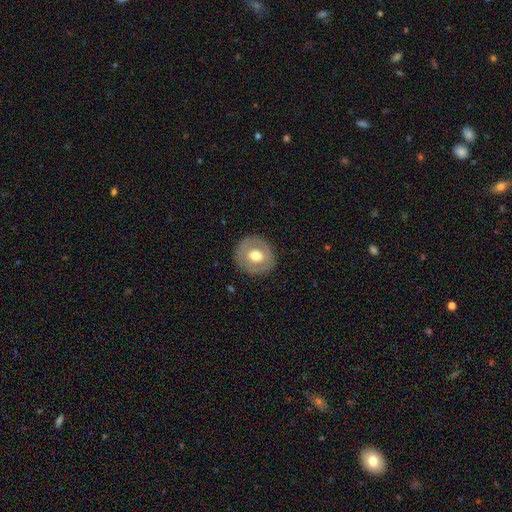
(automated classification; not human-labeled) This is possibly a smooth galaxy (52%). How rounded: clearly round (87%). Merging: clearly none (86%).